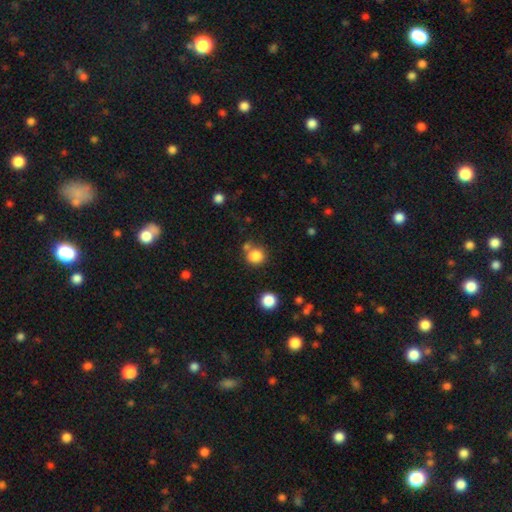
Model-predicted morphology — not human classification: This appears to be a smooth galaxy with no disk features (82%) that is round (80%). Merging: none (67%).